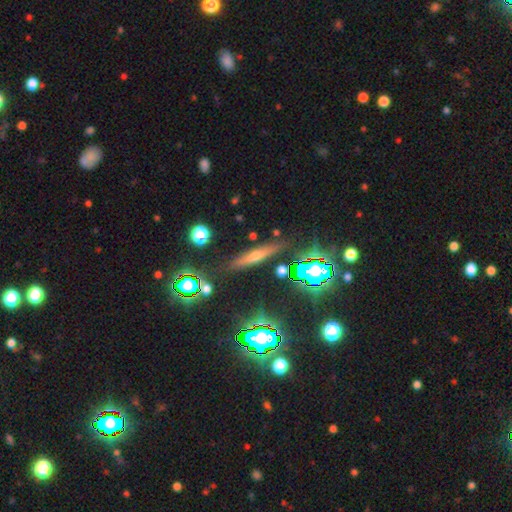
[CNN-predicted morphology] Overall: featured or disk (40%; smooth 36%). Merging: none (84%).